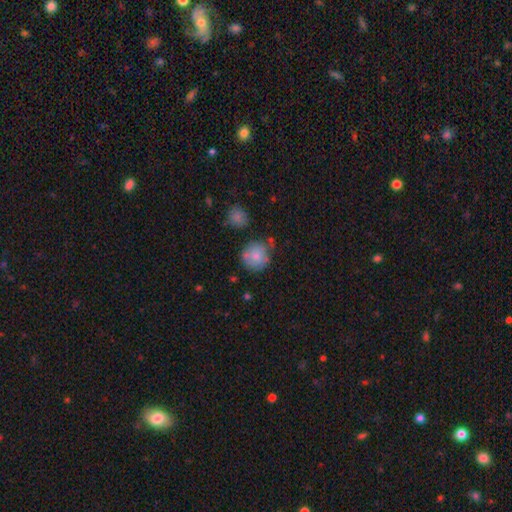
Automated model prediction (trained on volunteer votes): Smooth or featured: smooth — 72% (featured or disk — 21%)
How rounded: round — 90% (in between — 9%)
Merging: none — 63% (minor disturbance — 22%)